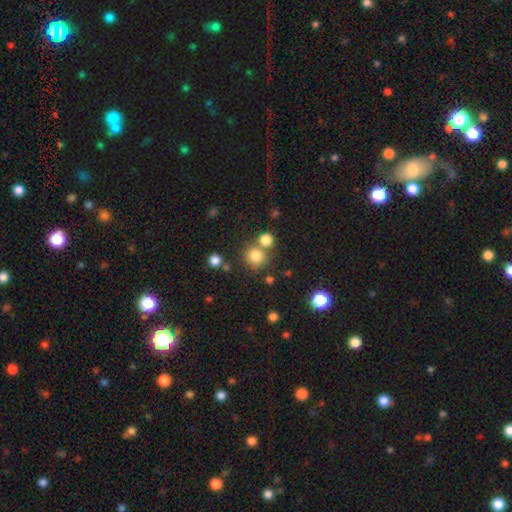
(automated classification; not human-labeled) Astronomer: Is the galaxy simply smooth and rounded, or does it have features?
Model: smooth — 80%.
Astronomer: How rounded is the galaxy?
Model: round — 92%.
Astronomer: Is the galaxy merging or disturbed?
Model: none — 72%.